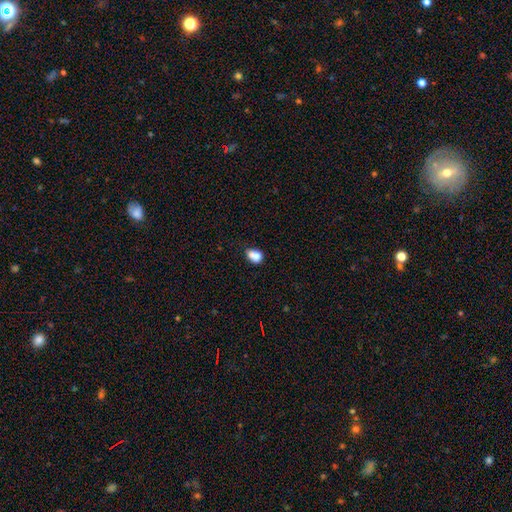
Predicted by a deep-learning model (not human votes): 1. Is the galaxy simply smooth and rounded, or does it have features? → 82% smooth, 11% star or artifact, 7% featured or disk.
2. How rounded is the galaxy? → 67% in between, 31% round, 1% cigar-shaped.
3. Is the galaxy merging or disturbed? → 47% none, 32% minor disturbance, 11% merger, 9% major disturbance.